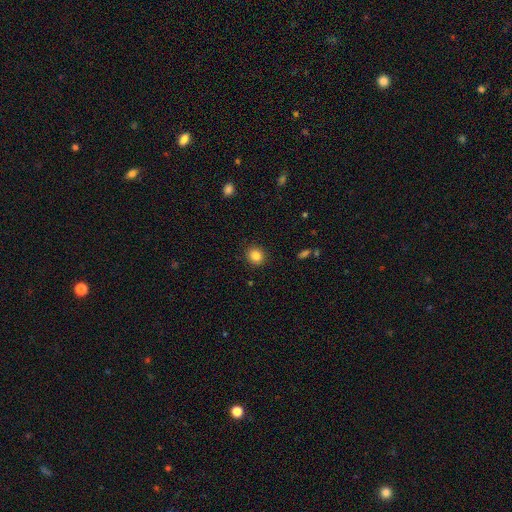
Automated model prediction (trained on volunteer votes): The model was most divided on "how rounded": round: 84%, in between: 16%, cigar-shaped: 1%. More confident: merging — none (91%); smooth or featured — smooth (85%).